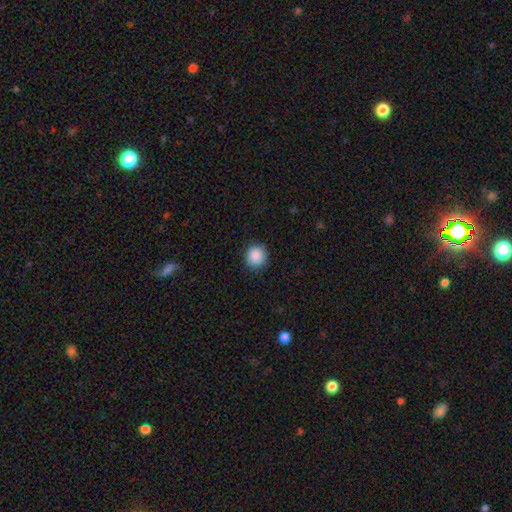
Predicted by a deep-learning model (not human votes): Q: Smooth or featured?
A: smooth (89%); runner-up: star or artifact (8%)
Q: How rounded?
A: round (90%); runner-up: in between (9%)
Q: Merging?
A: none (88%); runner-up: minor disturbance (8%)